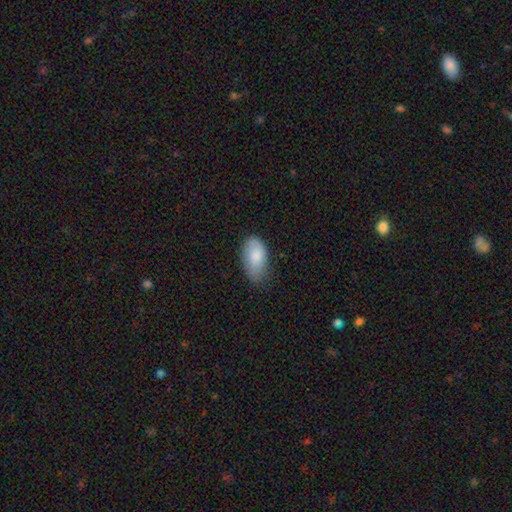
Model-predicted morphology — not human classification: The model was most divided on "merging": none: 61%, minor disturbance: 32%, major disturbance: 6%, merger: 1%. More confident: how rounded — in between (95%); smooth or featured — smooth (84%).